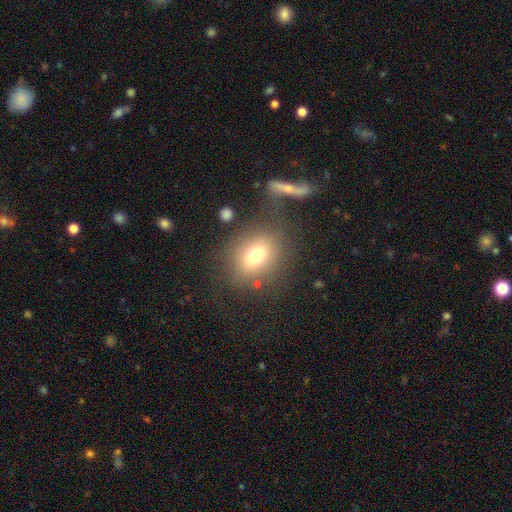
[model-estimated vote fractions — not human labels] The model was most divided on "how rounded": in between: 53%, round: 45%, cigar-shaped: 2%. More confident: smooth or featured — smooth (72%); merging — none (71%).